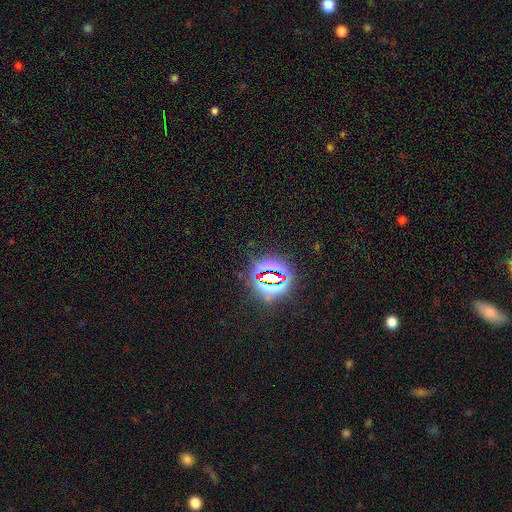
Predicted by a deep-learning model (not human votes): Smooth or featured: star or artifact — 82% (smooth — 11%)